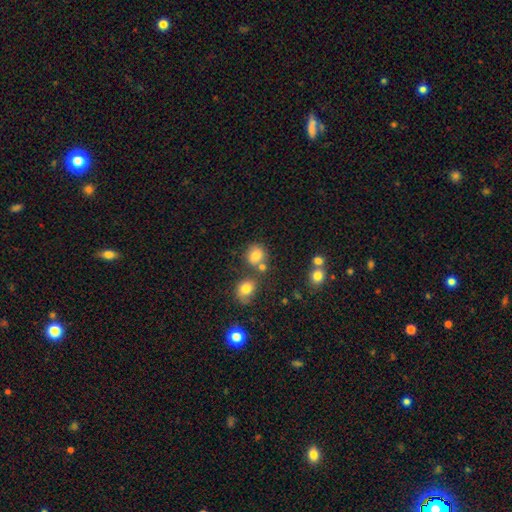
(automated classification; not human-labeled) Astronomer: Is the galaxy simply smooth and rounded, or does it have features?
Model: smooth — 79%.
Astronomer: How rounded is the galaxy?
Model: round — 73%.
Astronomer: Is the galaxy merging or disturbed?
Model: none — 61%.